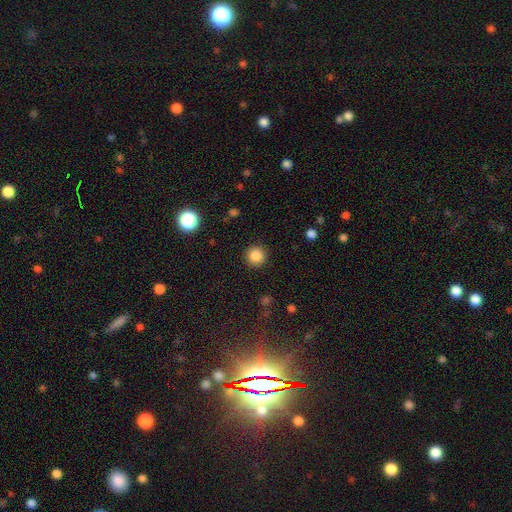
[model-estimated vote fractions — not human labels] smooth-or-featured: smooth: 85% | star or artifact: 11% | featured or disk: 4%
  how-rounded: round: 95% | in between: 4% | cigar-shaped: 1%
  merging: none: 91% | minor disturbance: 5% | major disturbance: 2% | merger: 1%